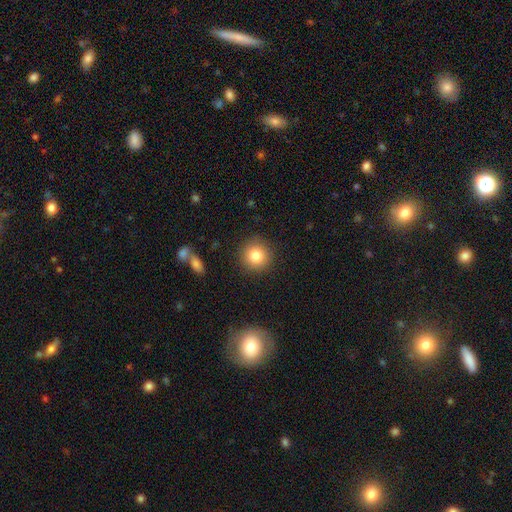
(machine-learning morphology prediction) A smooth galaxy with no disk features (82%) that is round (93%). Merging: none (90%).